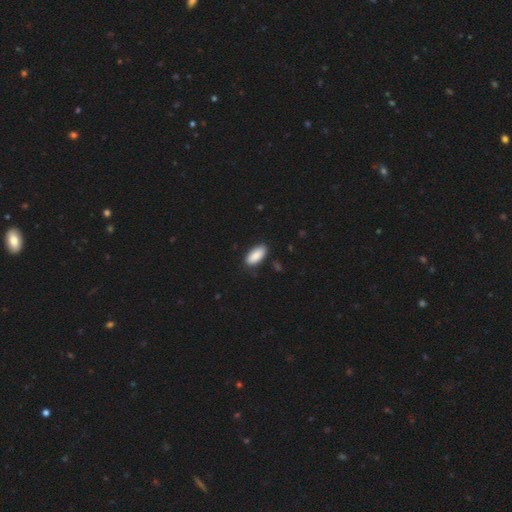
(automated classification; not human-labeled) Smooth or featured: smooth — 89% (star or artifact — 6%)
How rounded: in between — 89% (cigar-shaped — 9%)
Merging: none — 86% (minor disturbance — 11%)